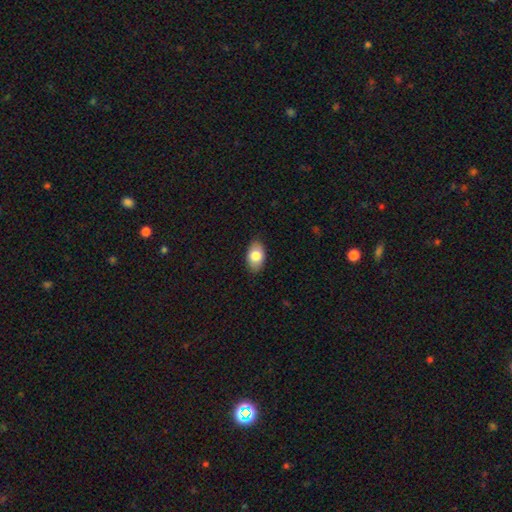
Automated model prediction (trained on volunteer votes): Smooth or featured: smooth — 82% (featured or disk — 11%)
How rounded: in between — 92% (round — 7%)
Merging: none — 87% (minor disturbance — 10%)